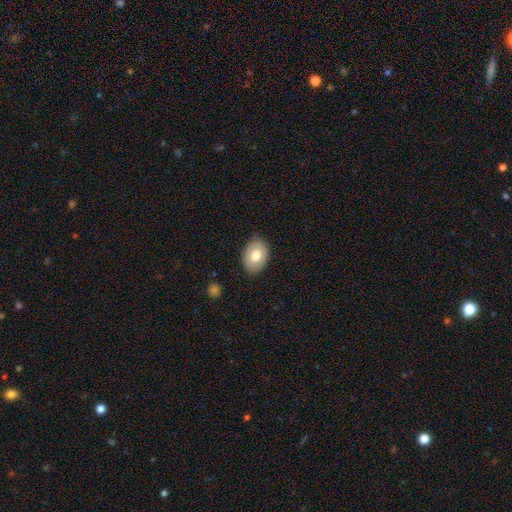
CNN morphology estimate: smooth 73%, featured or disk 20%, star or artifact 7%. Down the decision tree: how rounded — in between (81%); merging — none (84%).